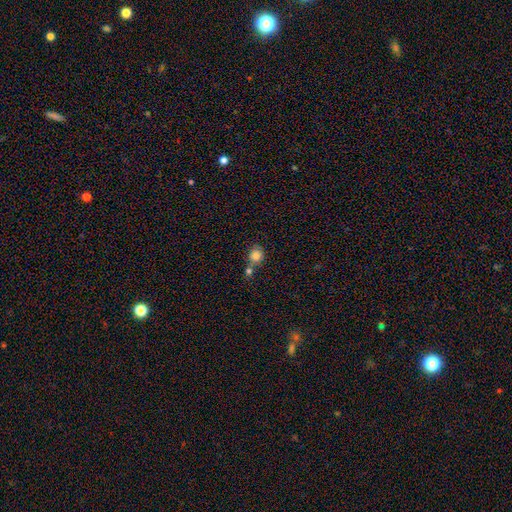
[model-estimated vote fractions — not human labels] Q: Smooth or featured?
A: smooth (83%); runner-up: star or artifact (10%)
Q: How rounded?
A: round (82%); runner-up: in between (17%)
Q: Merging?
A: none (52%); runner-up: merger (31%)